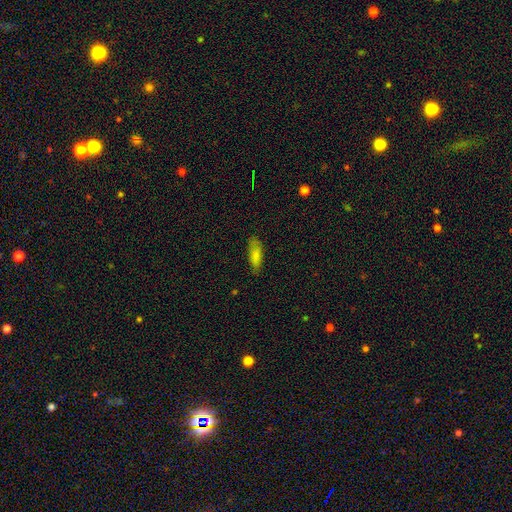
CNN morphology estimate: A smooth galaxy with no disk features (80%) that is in between round and cigar-shaped (64%).

Vote fractions:
- Smooth or featured? smooth: 80% / featured or disk: 13% / star or artifact: 7%
- How rounded? in between: 64% / cigar-shaped: 34% / round: 2%
- Merging? none: 76% / minor disturbance: 19% / major disturbance: 4% / merger: 1%